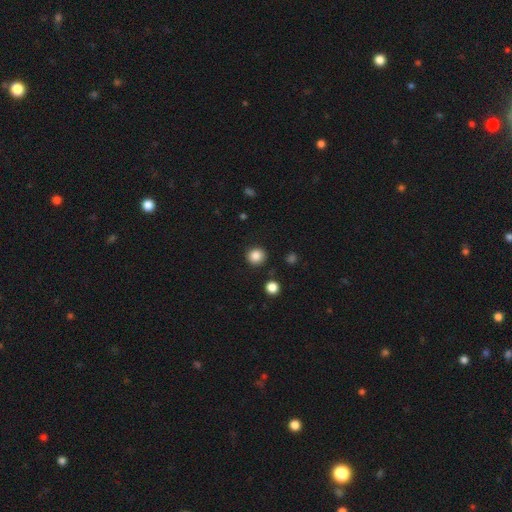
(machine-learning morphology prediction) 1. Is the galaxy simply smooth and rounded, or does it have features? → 86% smooth, 11% star or artifact, 4% featured or disk.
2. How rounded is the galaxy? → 90% round, 9% in between, 1% cigar-shaped.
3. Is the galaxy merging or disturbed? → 88% none, 7% minor disturbance, 2% major disturbance, 2% merger.